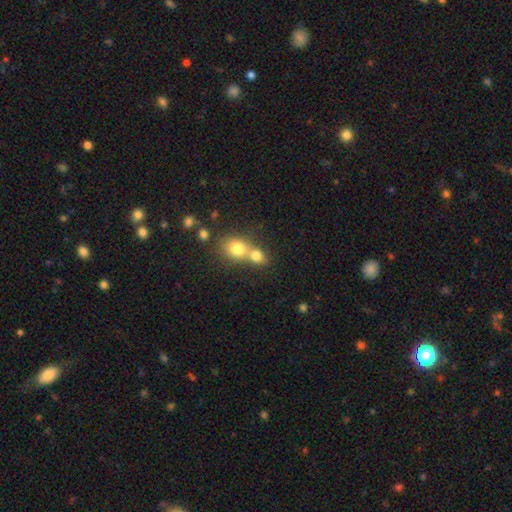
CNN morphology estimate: Smooth or featured? Predicted: smooth (p=0.76). How rounded? Predicted: round (p=0.64). Merging? Predicted: merger (p=0.64).